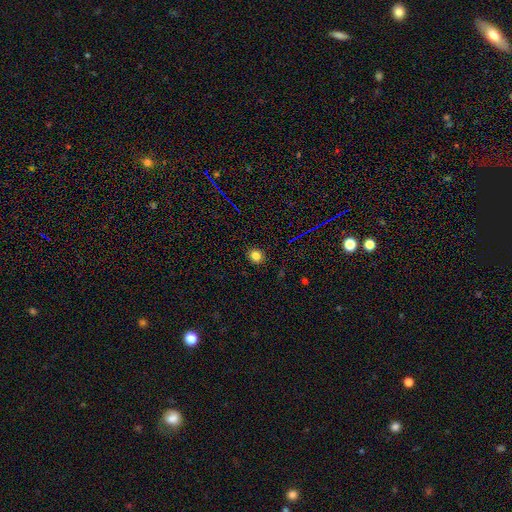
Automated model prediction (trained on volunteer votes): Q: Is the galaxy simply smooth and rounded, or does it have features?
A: smooth — 79%.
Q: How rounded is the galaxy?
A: round — 82%.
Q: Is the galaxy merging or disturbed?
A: none — 91%.